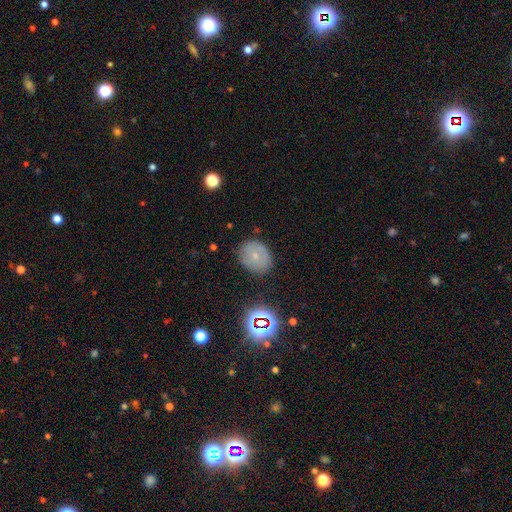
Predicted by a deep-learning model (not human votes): Smooth or featured?
  - smooth: 57% *
  - featured or disk: 28%
  - star or artifact: 15%
How rounded?
  - round: 56% *
  - in between: 43%
  - cigar-shaped: 1%
Merging?
  - none: 78% *
  - minor disturbance: 16%
  - major disturbance: 4%
  - merger: 2%